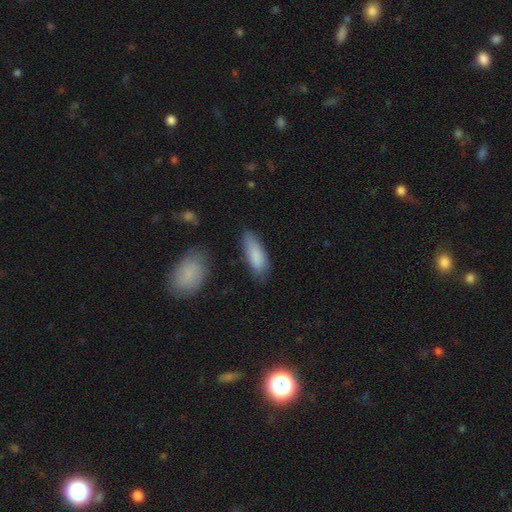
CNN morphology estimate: type=smooth (85%); roundness=in between (65%); merging=none (67%).